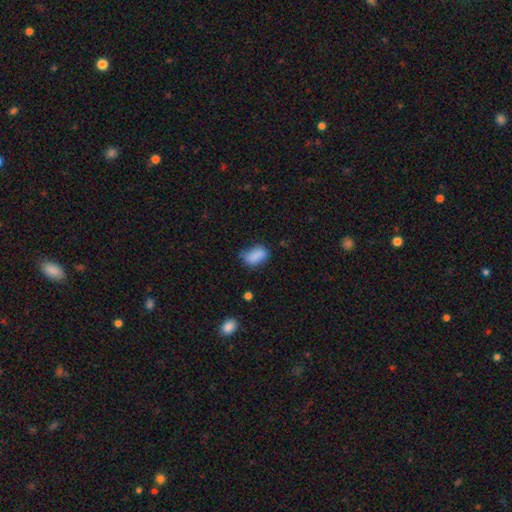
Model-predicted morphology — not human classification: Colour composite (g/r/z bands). It shows a smooth galaxy with no disk features (85%) that is in between round and cigar-shaped (89%). Merging: none (54%).